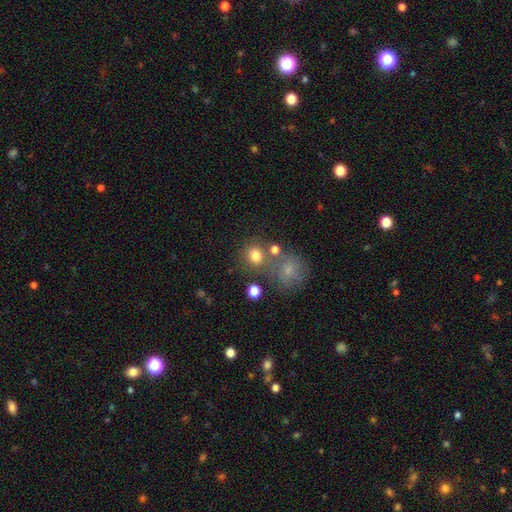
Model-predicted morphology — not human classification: The model was most divided on "merging": none: 60%, merger: 21%, minor disturbance: 12%, major disturbance: 7%. More confident: how rounded — round (79%); smooth or featured — smooth (78%).